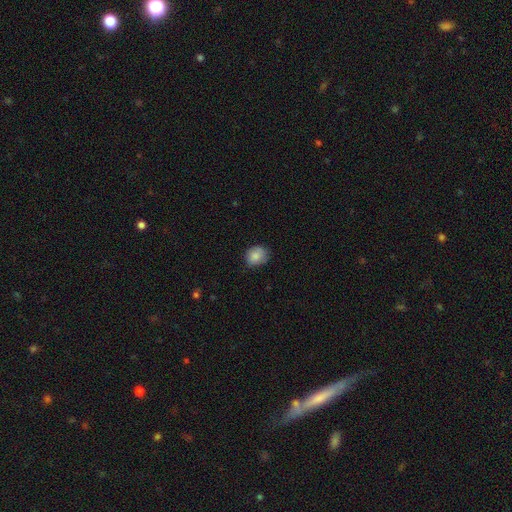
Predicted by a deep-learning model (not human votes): Smooth or featured: smooth — 84% (star or artifact — 8%)
How rounded: round — 60% (in between — 40%)
Merging: none — 73% (minor disturbance — 22%)